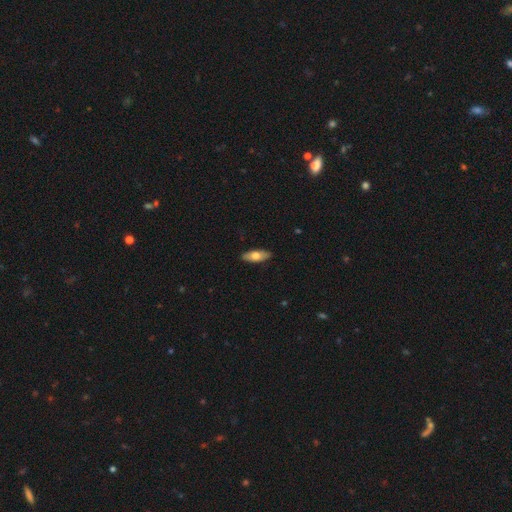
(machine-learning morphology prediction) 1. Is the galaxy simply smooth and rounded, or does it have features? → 66% smooth, 28% featured or disk, 6% star or artifact.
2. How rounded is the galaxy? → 72% in between, 26% cigar-shaped, 3% round.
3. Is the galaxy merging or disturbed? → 89% none, 8% minor disturbance, 2% major disturbance, 1% merger.